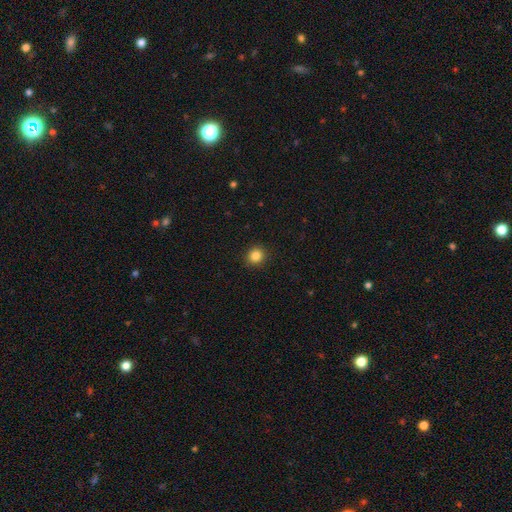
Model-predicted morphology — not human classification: Overall: smooth (85%). How rounded: round (88%). Merging: none (92%).